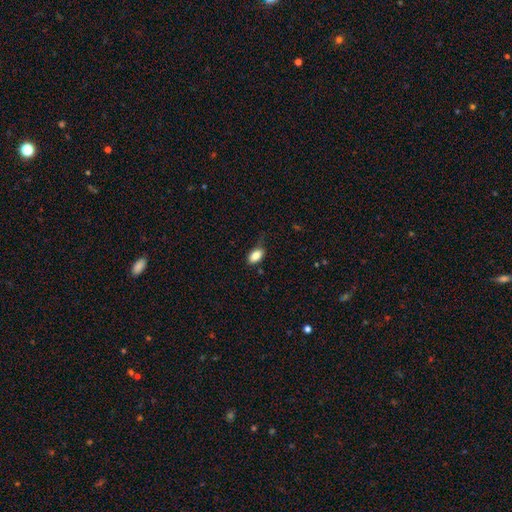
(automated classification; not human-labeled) Smooth or featured? Predicted: smooth (p=0.86). How rounded? Predicted: in between (p=0.90). Merging? Predicted: none (p=0.66).